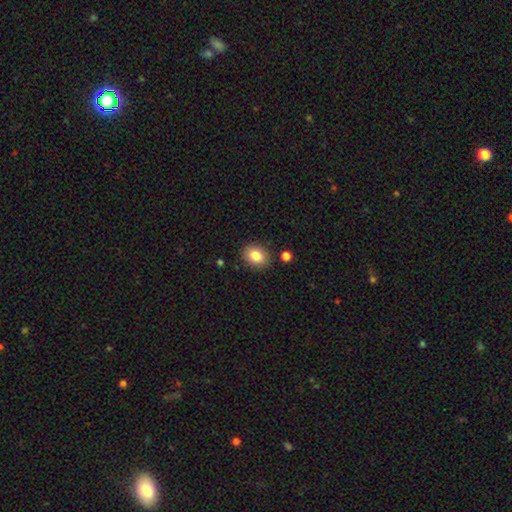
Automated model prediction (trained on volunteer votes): Overall: smooth (84%). How rounded: in between (54%; round 45%). Merging: none (86%).